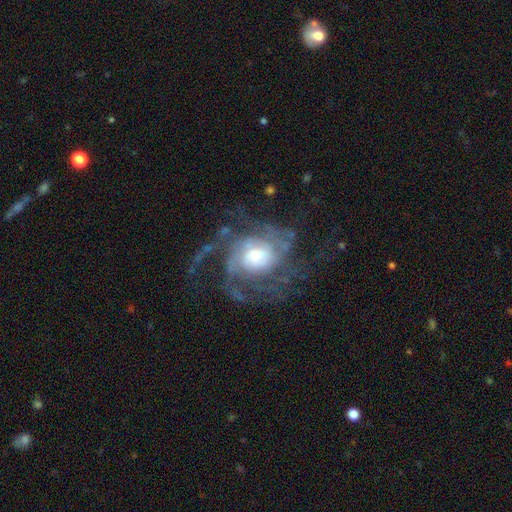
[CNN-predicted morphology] smooth-or-featured: featured or disk: 85% | smooth: 8% | star or artifact: 7%
  disk-edge-on: no: 97% | yes: 3%
    bar: no: 68% | weak: 26% | strong: 6%
    has-spiral-arms: yes: 94% | no: 6%
      spiral-winding: medium: 41% | tight: 40% | loose: 19%
      spiral-arm-count: can't tell: 28% | 3: 20% | 2: 19% | 4: 16% | more than 4: 9% | 1: 8%
    bulge-size: moderate: 45% | large: 27% | small: 23% | dominant: 3% | none: 2%
  merging: none: 58% | major disturbance: 25% | minor disturbance: 16% | merger: 2%